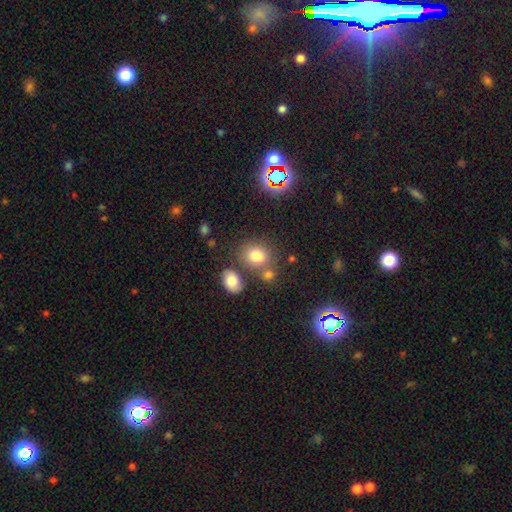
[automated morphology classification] smooth-or-featured: smooth: 76% | star or artifact: 14% | featured or disk: 10%
  how-rounded: round: 52% | in between: 47% | cigar-shaped: 1%
  merging: none: 59% | merger: 21% | minor disturbance: 14% | major disturbance: 6%